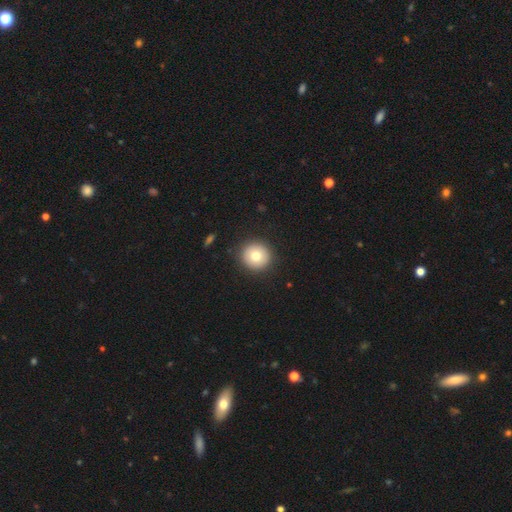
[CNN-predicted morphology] smooth-or-featured: smooth: 77% | featured or disk: 14% | star or artifact: 9%
  how-rounded: round: 94% | in between: 5% | cigar-shaped: 1%
  merging: none: 91% | minor disturbance: 6% | major disturbance: 2% | merger: 1%